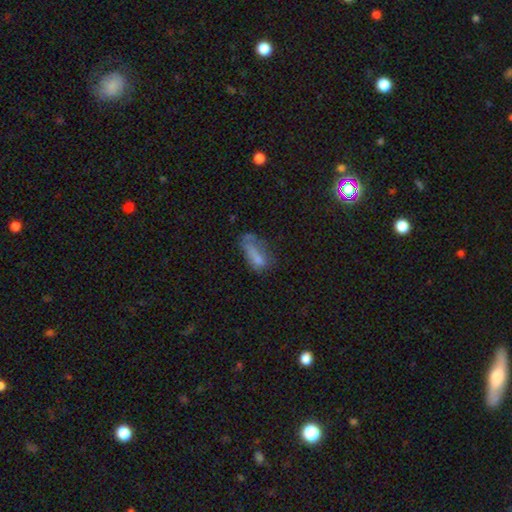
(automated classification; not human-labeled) Morphology: type=smooth (64%); roundness=in between (72%); merging=major disturbance (33%).